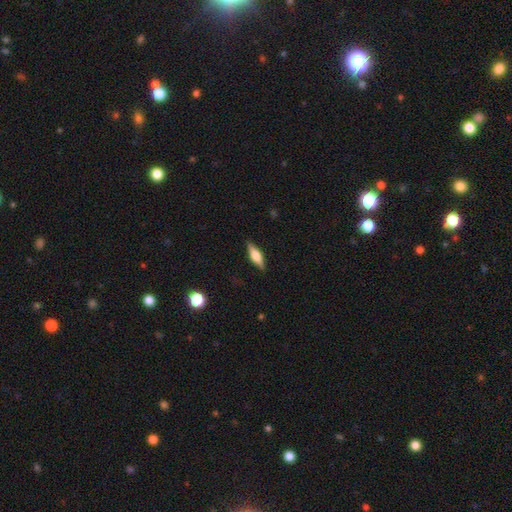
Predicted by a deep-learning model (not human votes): Morphology: type=featured or disk (52%); edge-on=yes (95%); merging=none (86%).